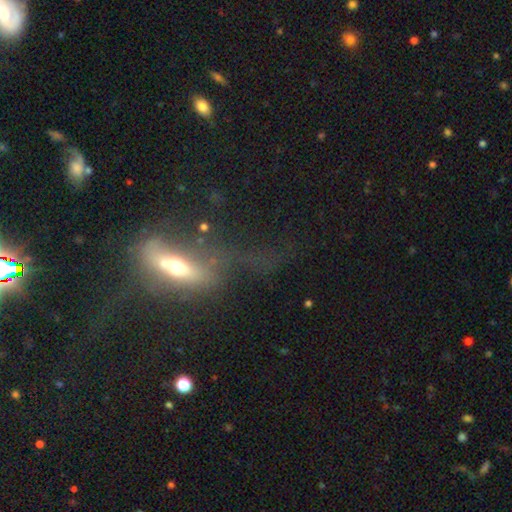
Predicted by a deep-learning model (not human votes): A featured or disk galaxy (49%).

Vote fractions:
- Smooth or featured? featured or disk: 49% / smooth: 34% / star or artifact: 17%
- Merging? major disturbance: 45% / none: 30% / minor disturbance: 18% / merger: 7%